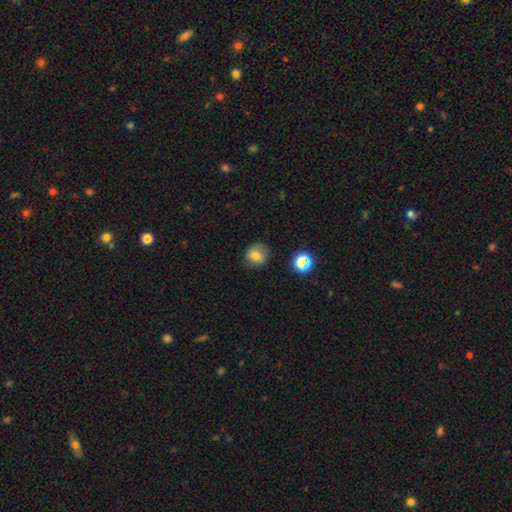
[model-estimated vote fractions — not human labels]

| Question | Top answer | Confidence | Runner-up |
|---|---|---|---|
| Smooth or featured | smooth | 76% | star or artifact (13%) |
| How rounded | round | 72% | in between (27%) |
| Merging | none | 70% | minor disturbance (21%) |